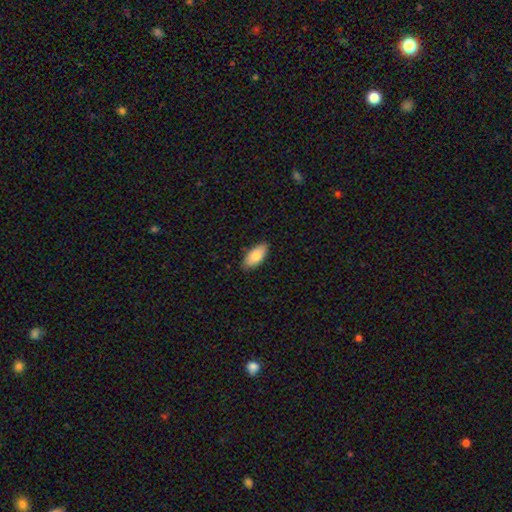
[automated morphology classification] This is clearly a smooth galaxy (84%). How rounded: clearly in between (91%). Merging: clearly none (86%).